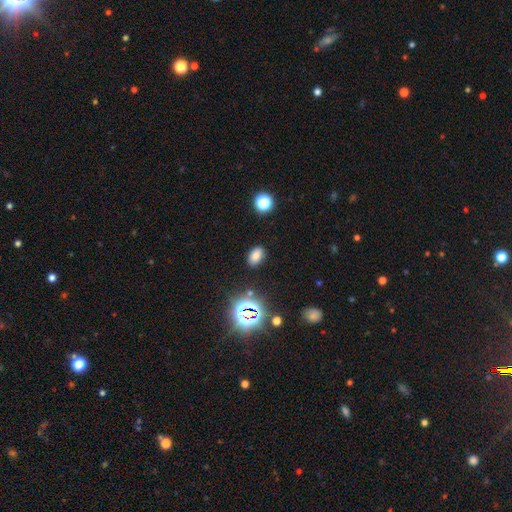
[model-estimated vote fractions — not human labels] Smooth or featured?
  - smooth: 74% *
  - star or artifact: 20%
  - featured or disk: 7%
How rounded?
  - in between: 86% *
  - round: 12%
  - cigar-shaped: 2%
Merging?
  - none: 86% *
  - minor disturbance: 9%
  - major disturbance: 3%
  - merger: 2%